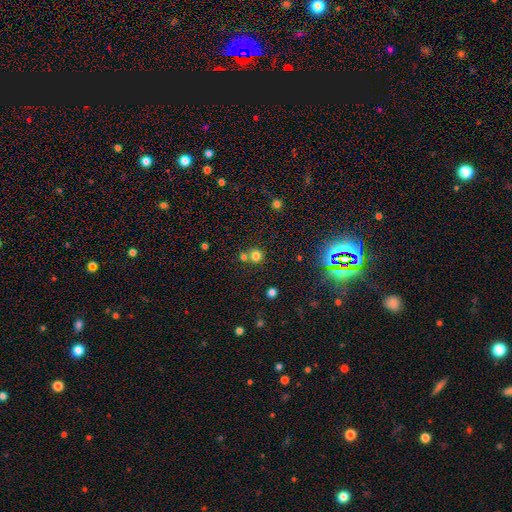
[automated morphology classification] A smooth galaxy with no disk features (75%) that is round (91%).

Vote fractions:
- Smooth or featured? smooth: 75% / star or artifact: 17% / featured or disk: 7%
- How rounded? round: 91% / in between: 8% / cigar-shaped: 1%
- Merging? none: 62% / merger: 29% / minor disturbance: 7% / major disturbance: 3%